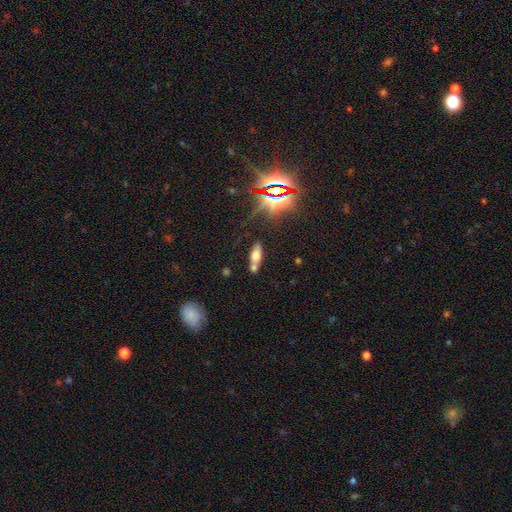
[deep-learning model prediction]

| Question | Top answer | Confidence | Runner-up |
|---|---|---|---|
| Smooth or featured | smooth | 61% | featured or disk (21%) |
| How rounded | in between | 73% | cigar-shaped (22%) |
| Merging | none | 48% | merger (33%) |